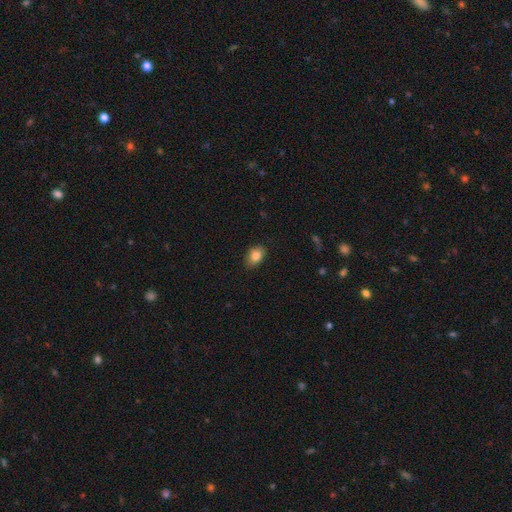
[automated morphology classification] Smooth or featured?
  - smooth: 84% *
  - star or artifact: 8%
  - featured or disk: 7%
How rounded?
  - in between: 82% *
  - round: 17%
  - cigar-shaped: 1%
Merging?
  - none: 83% *
  - minor disturbance: 13%
  - major disturbance: 2%
  - merger: 1%